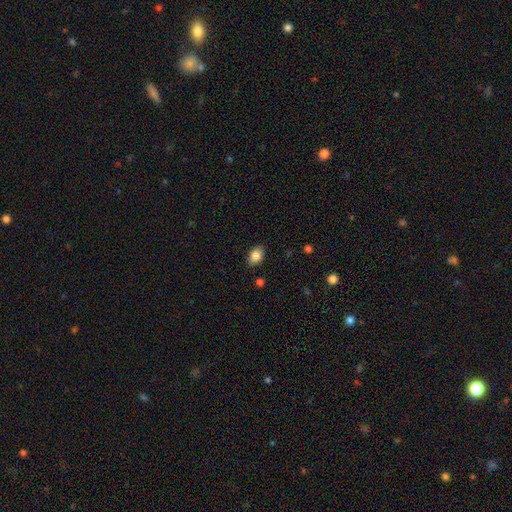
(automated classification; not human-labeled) smooth-or-featured: smooth: 84% | star or artifact: 8% | featured or disk: 8%
  how-rounded: in between: 81% | round: 18% | cigar-shaped: 1%
  merging: none: 87% | minor disturbance: 10% | major disturbance: 2% | merger: 1%